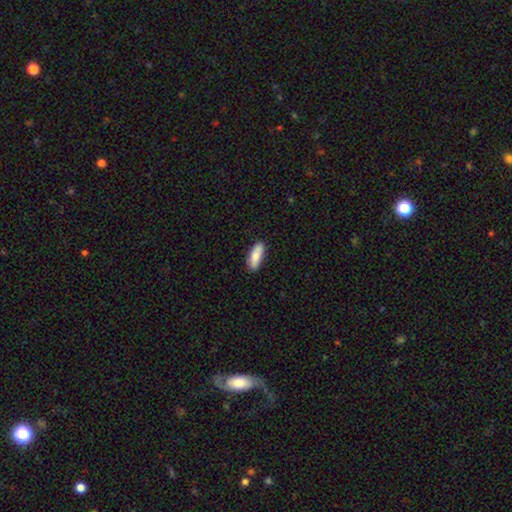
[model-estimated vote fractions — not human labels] Morphology: type=smooth (82%); roundness=in between (67%); merging=none (85%).